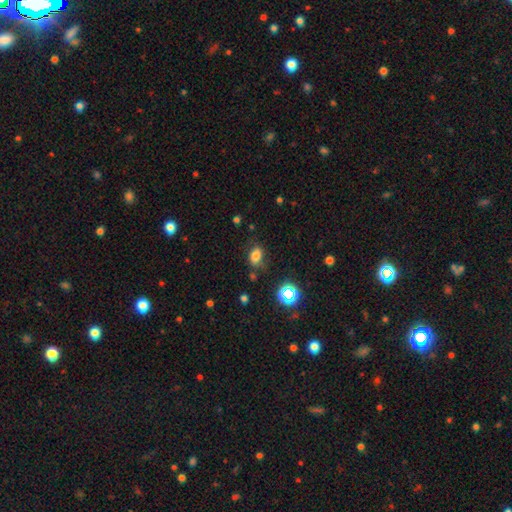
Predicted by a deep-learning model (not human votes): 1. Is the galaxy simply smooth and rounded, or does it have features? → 73% smooth, 17% star or artifact, 9% featured or disk.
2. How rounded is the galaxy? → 78% in between, 21% round, 2% cigar-shaped.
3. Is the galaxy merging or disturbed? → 71% none, 19% minor disturbance, 6% major disturbance, 4% merger.